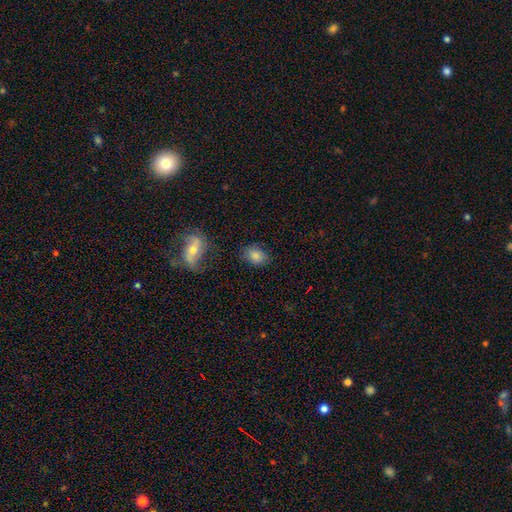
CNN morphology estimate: smooth 82%, star or artifact 10%, featured or disk 8%. Down the decision tree: how rounded — in between (69%); merging — none (79%).